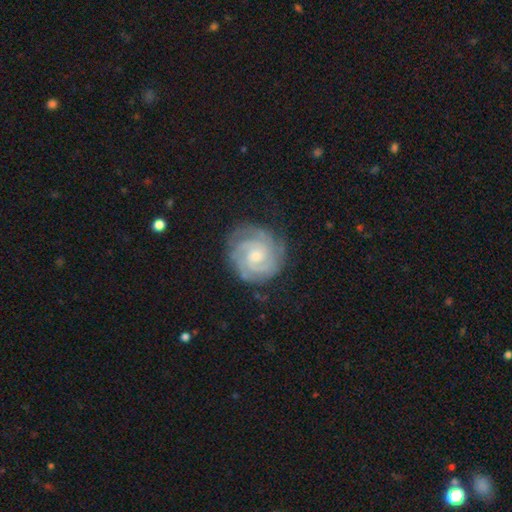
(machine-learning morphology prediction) Smooth or featured? Predicted: featured or disk (p=0.87). Edge-on disk? Predicted: no (p=0.98). Bar? Predicted: no (p=0.60). Spiral arms? Predicted: yes (p=0.98). Spiral winding? Predicted: tight (p=0.78). Spiral arm count? Predicted: 2 (p=0.38). Bulge size? Predicted: moderate (p=0.47). Merging? Predicted: none (p=0.81).